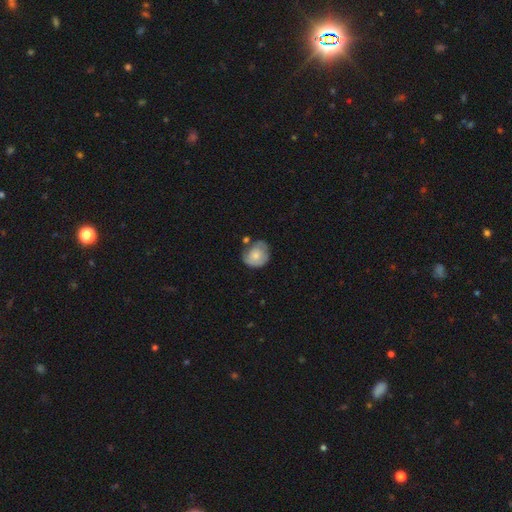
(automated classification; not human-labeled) This appears to be a smooth galaxy with no disk features (68%) that is round (67%). Merging: none (49%).